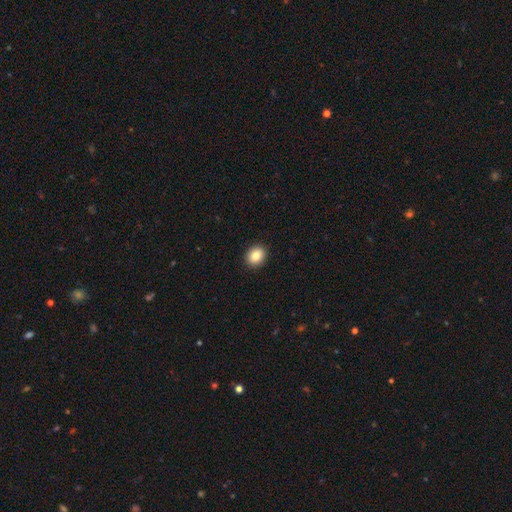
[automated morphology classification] type=smooth (84%); roundness=round (62%); merging=none (92%).